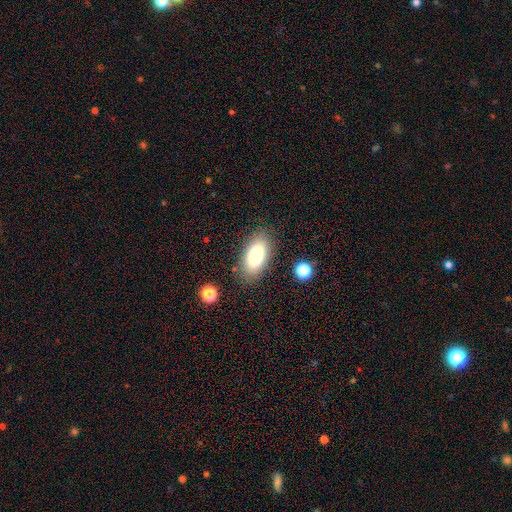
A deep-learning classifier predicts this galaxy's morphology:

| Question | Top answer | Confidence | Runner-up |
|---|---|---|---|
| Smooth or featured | smooth | 79% | featured or disk (13%) |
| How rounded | in between | 92% | cigar-shaped (5%) |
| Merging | none | 83% | minor disturbance (11%) |